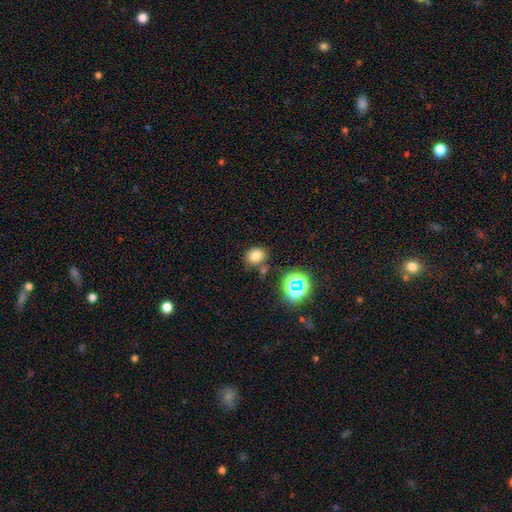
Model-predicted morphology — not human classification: Q: Smooth or featured?
A: smooth (73%); runner-up: star or artifact (18%)
Q: How rounded?
A: round (54%); runner-up: in between (45%)
Q: Merging?
A: none (74%); runner-up: minor disturbance (13%)